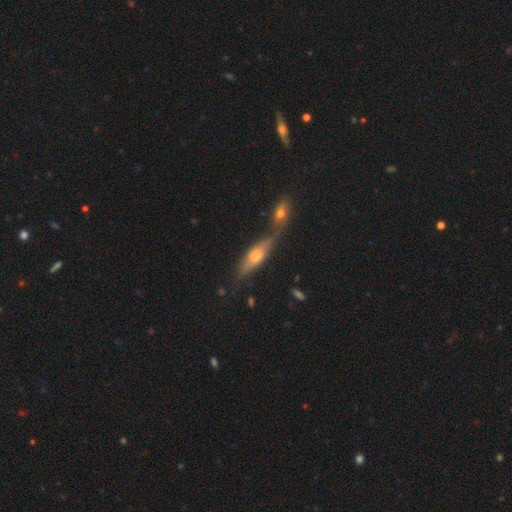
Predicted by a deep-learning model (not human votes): featured or disk 48%, smooth 43%, star or artifact 9%. Down the decision tree: merging — none (48%).